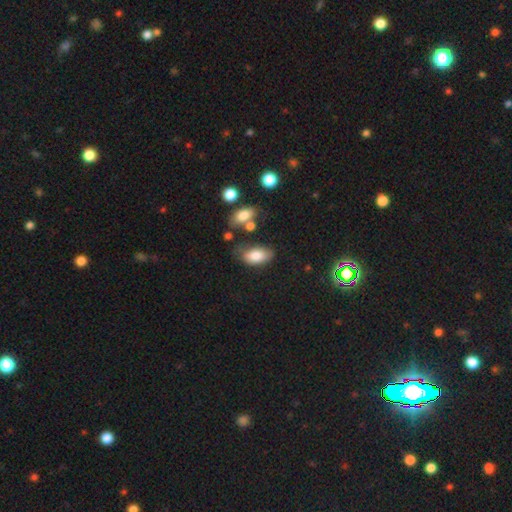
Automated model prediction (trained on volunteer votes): This appears to be a smooth galaxy with no disk features (81%) that is in between round and cigar-shaped (92%). Merging: none (59%).